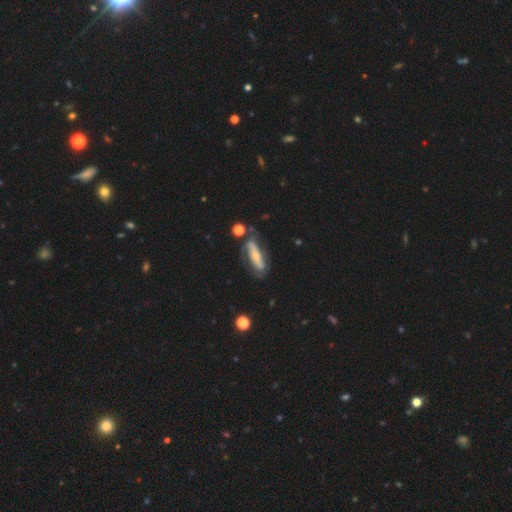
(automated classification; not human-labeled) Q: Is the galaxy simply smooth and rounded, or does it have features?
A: featured or disk — 64%.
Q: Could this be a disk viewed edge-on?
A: no — 61%.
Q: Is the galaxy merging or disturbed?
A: none — 62%.